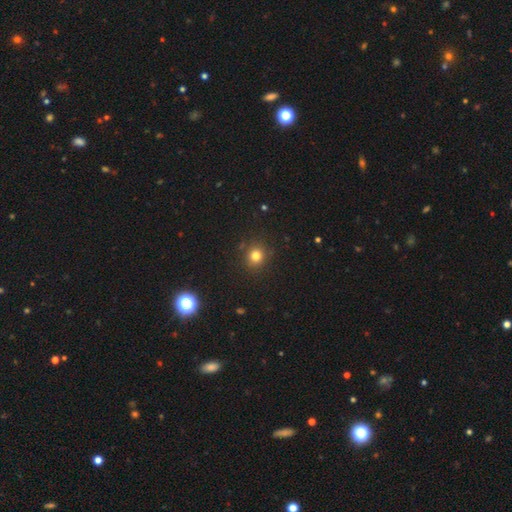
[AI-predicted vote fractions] Q: Smooth or featured?
A: smooth (78%); runner-up: star or artifact (16%)
Q: How rounded?
A: round (88%); runner-up: in between (11%)
Q: Merging?
A: none (89%); runner-up: minor disturbance (7%)